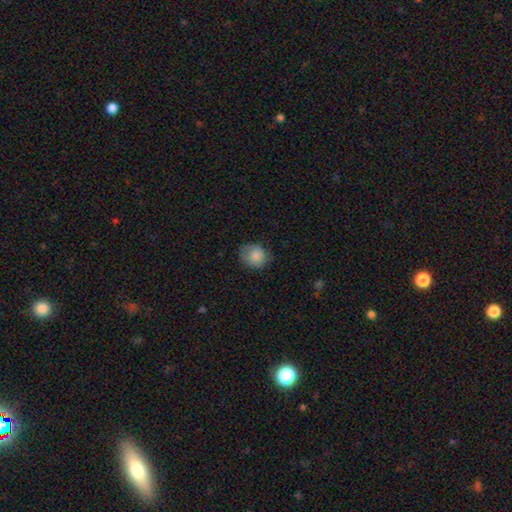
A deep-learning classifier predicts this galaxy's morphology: The model was most divided on "merging": none: 71%, minor disturbance: 22%, major disturbance: 6%, merger: 1%. More confident: smooth or featured — smooth (83%); how rounded — round (75%).